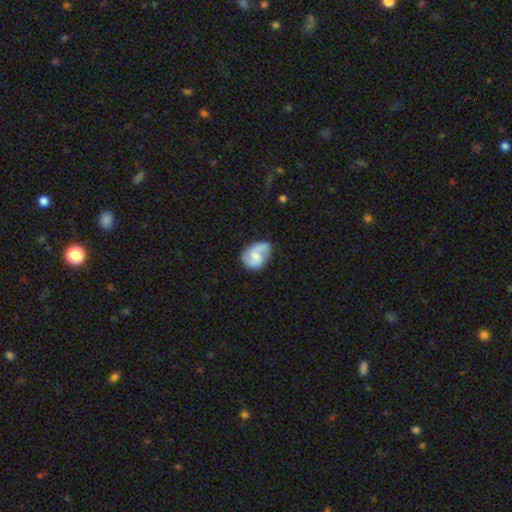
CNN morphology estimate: smooth-or-featured: featured or disk: 67% | smooth: 27% | star or artifact: 6%
  disk-edge-on: no: 98% | yes: 2%
    bar: weak: 48% | no: 41% | strong: 11%
    has-spiral-arms: yes: 93% | no: 7%
      spiral-winding: medium: 45% | loose: 36% | tight: 19%
      spiral-arm-count: 2: 80% | 1: 9% | can't tell: 7% | 3: 2% | 4: 1% | more than 4: 1%
    bulge-size: small: 34% | none: 31% | moderate: 28% | large: 5% | dominant: 1%
  merging: none: 62% | minor disturbance: 25% | major disturbance: 10% | merger: 3%